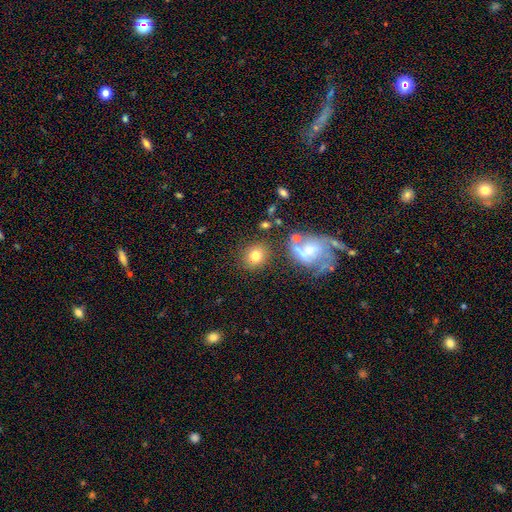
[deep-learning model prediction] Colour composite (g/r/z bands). It shows a smooth galaxy with no disk features (74%) that is round (71%). Merging: none (77%).